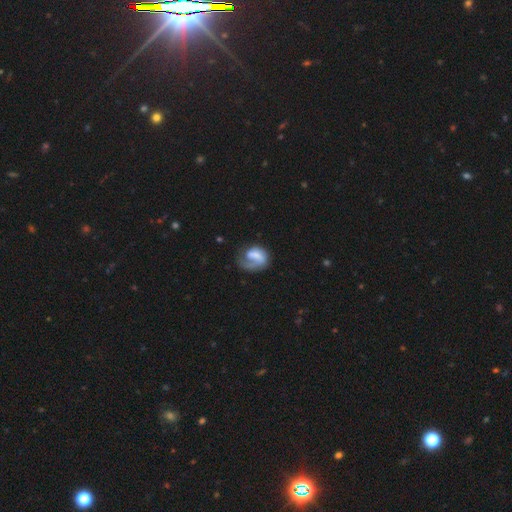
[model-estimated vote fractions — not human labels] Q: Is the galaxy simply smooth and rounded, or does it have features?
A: featured or disk — 57%.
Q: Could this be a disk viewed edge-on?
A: no — 98%.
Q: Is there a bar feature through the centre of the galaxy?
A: no — 51%.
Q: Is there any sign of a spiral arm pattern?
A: yes — 82%.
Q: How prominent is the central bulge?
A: none — 42%.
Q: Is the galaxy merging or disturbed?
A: none — 40%.